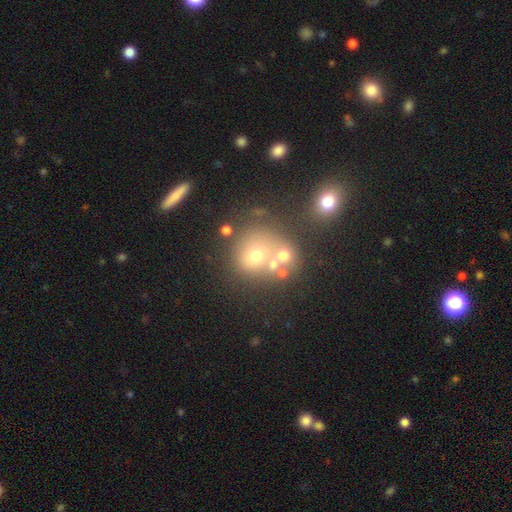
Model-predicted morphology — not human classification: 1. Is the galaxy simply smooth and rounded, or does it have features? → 57% smooth, 22% star or artifact, 20% featured or disk.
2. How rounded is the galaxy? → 80% round, 19% in between, 1% cigar-shaped.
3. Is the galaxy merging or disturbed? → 47% none, 33% merger, 12% minor disturbance, 9% major disturbance.